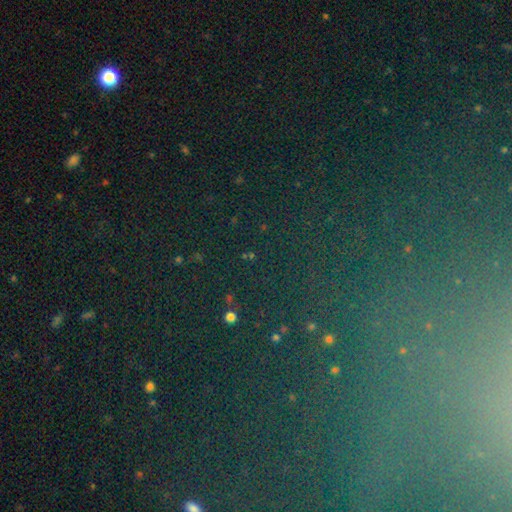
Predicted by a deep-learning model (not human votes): star or artifact 75%, smooth 14%, featured or disk 11%.